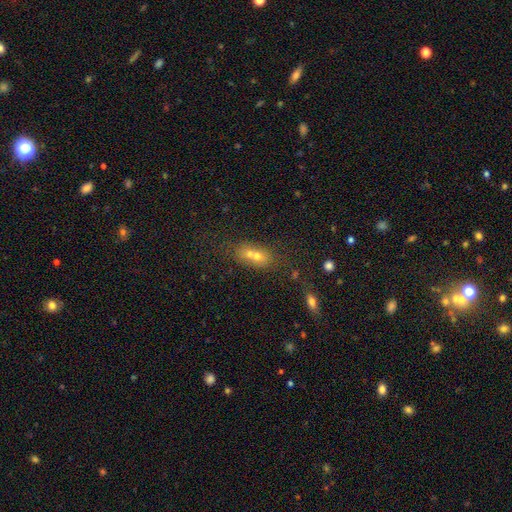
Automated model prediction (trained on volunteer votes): Smooth or featured?
  - smooth: 59% *
  - featured or disk: 22%
  - star or artifact: 19%
How rounded?
  - in between: 57% *
  - round: 36%
  - cigar-shaped: 7%
Merging?
  - merger: 55% *
  - none: 32%
  - minor disturbance: 8%
  - major disturbance: 5%